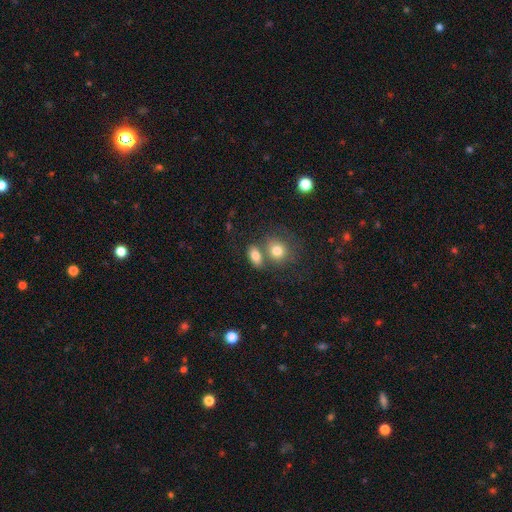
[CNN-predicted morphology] Overall: smooth (79%). How rounded: in between (79%). Merging: none (48%; merger 37%).